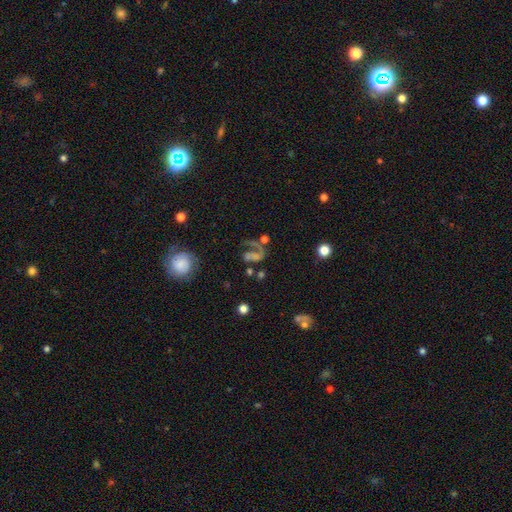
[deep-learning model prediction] smooth-or-featured: featured or disk: 57% | smooth: 24% | star or artifact: 19%
  disk-edge-on: no: 95% | yes: 5%
    bar: no: 59% | weak: 25% | strong: 16%
    has-spiral-arms: yes: 79% | no: 21%
    bulge-size: none: 50% | small: 26% | moderate: 16% | large: 6% | dominant: 3%
  merging: none: 39% | major disturbance: 30% | merger: 17% | minor disturbance: 14%